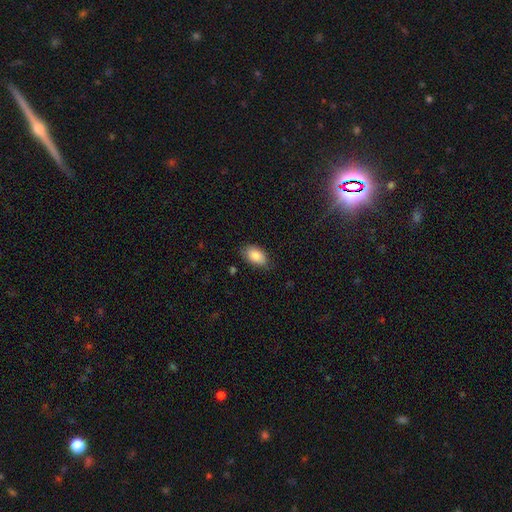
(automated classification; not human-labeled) Smooth or featured: smooth — 87% (star or artifact — 7%)
How rounded: in between — 92% (round — 6%)
Merging: none — 76% (minor disturbance — 20%)